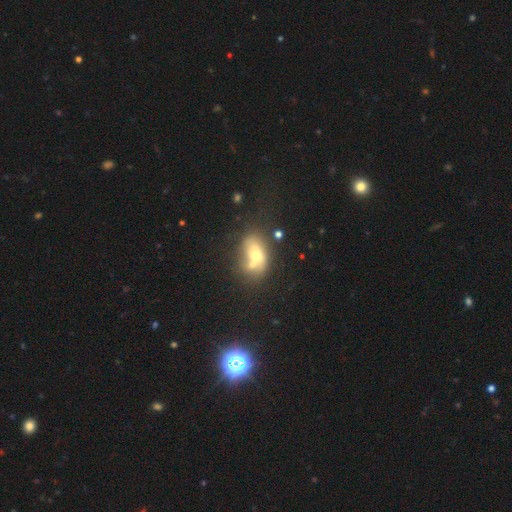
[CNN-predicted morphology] This is possibly a smooth galaxy (53%). How rounded: likely in between (76%). Merging: marginally merger (41%).